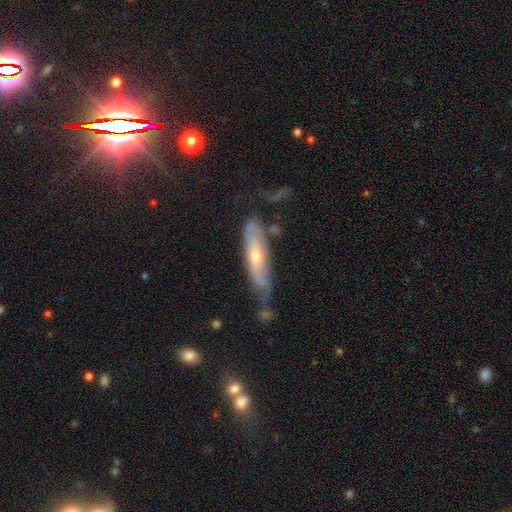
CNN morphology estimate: The model was most divided on "edge-on disk": no: 55%, yes: 45%. More confident: smooth or featured — featured or disk (59%); merging — none (51%).